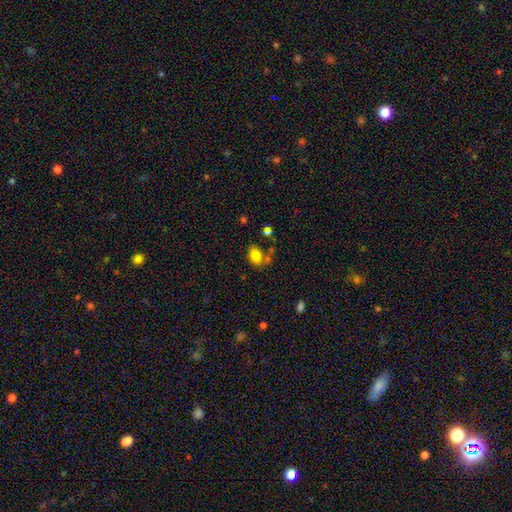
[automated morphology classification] smooth 82%, star or artifact 10%, featured or disk 8%. Down the decision tree: how rounded — in between (78%); merging — none (57%).